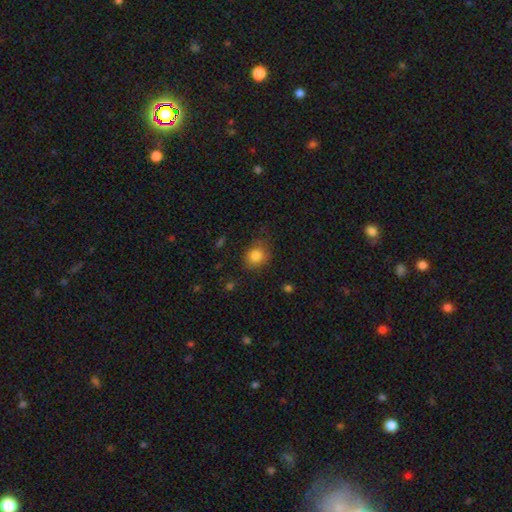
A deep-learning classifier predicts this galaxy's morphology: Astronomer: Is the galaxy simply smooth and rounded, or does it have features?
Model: smooth — 83%.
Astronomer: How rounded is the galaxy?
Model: round — 67%.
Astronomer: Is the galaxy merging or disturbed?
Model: none — 73%.